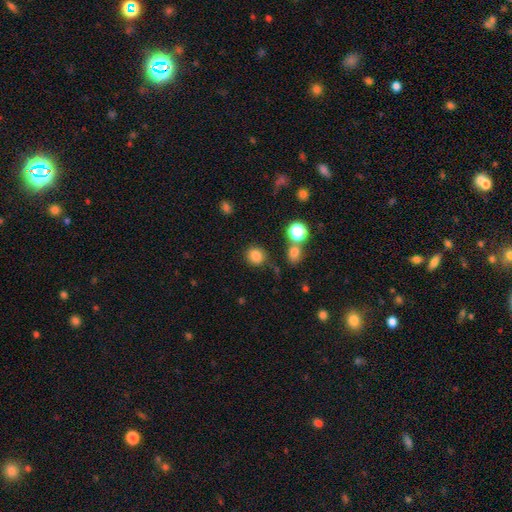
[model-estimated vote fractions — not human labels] This appears to be a smooth galaxy with no disk features (81%) that is round (86%). Merging: none (80%).